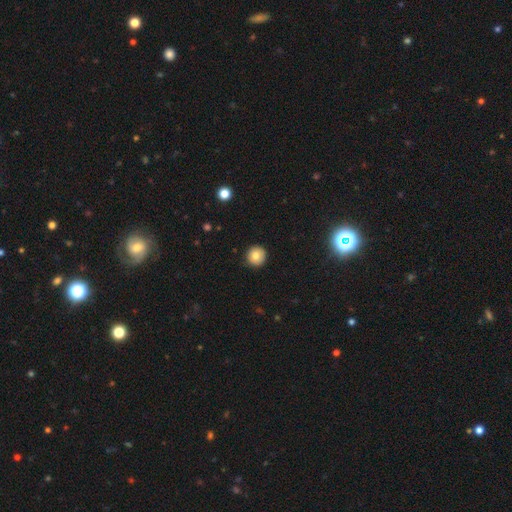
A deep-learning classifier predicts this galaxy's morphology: A smooth galaxy with no disk features (79%) that is round (95%).

Vote fractions:
- Smooth or featured? smooth: 79% / featured or disk: 12% / star or artifact: 10%
- How rounded? round: 95% / in between: 4% / cigar-shaped: 1%
- Merging? none: 91% / minor disturbance: 7% / major disturbance: 2% / merger: 1%